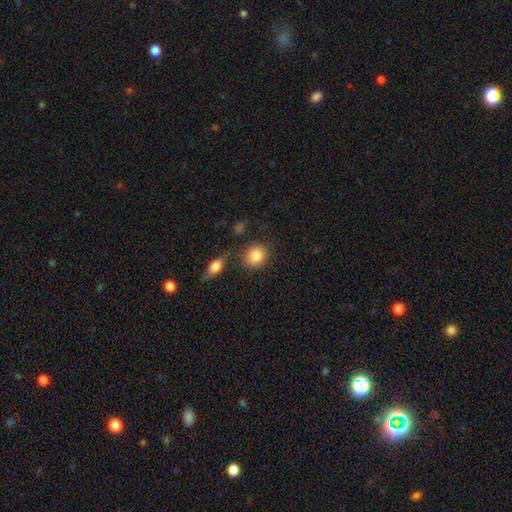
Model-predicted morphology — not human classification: A smooth galaxy with no disk features (86%) that is round (72%).

Vote fractions:
- Smooth or featured? smooth: 86% / star or artifact: 8% / featured or disk: 6%
- How rounded? round: 72% / in between: 26% / cigar-shaped: 2%
- Merging? none: 76% / minor disturbance: 11% / merger: 9% / major disturbance: 4%